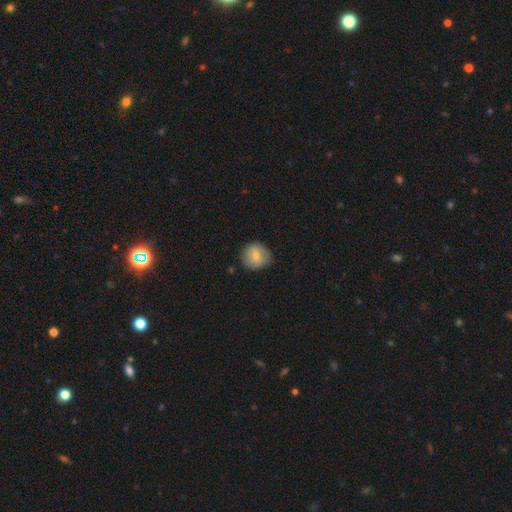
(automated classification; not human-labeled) smooth_or_featured: smooth (p=0.73) [alt: featured or disk p=0.19]
how_rounded: round (p=0.86) [alt: in between p=0.13]
merging: none (p=0.80) [alt: minor disturbance p=0.15]